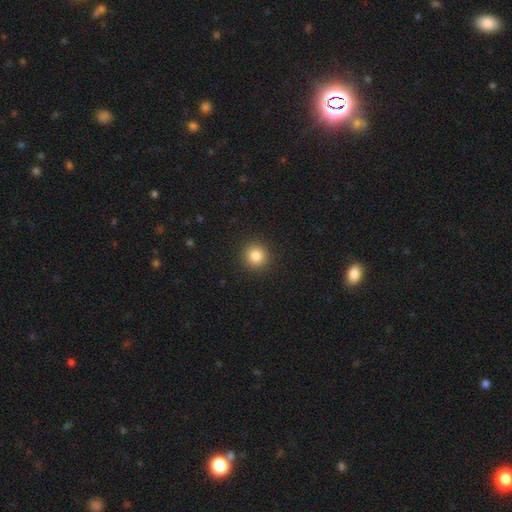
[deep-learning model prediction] Smooth or featured? smooth (84%)
How rounded? round (93%)
Merging? none (92%)